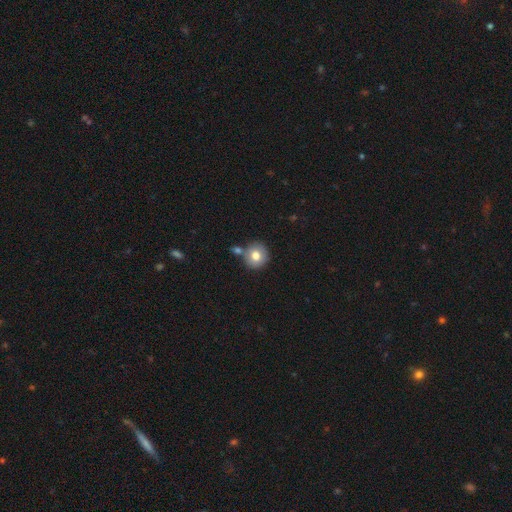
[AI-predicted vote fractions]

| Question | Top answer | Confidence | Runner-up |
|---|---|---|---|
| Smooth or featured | smooth | 77% | featured or disk (13%) |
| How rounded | round | 89% | in between (10%) |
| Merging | none | 68% | merger (18%) |